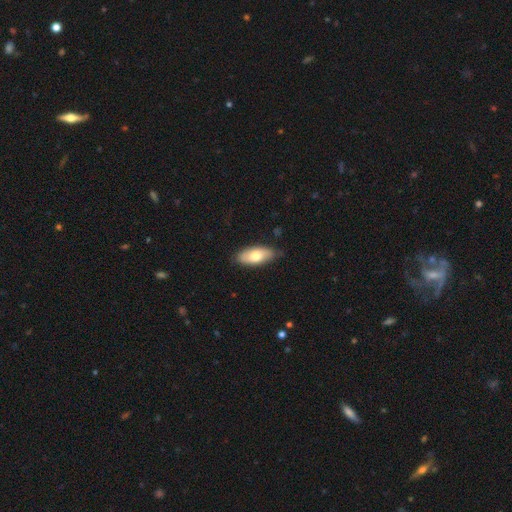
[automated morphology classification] Smooth or featured? smooth (73%)
How rounded? in between (88%)
Merging? none (78%)